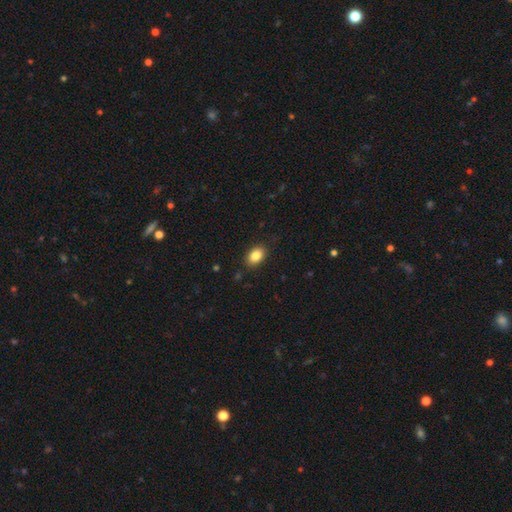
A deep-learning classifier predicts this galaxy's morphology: Overall: smooth (86%). How rounded: in between (84%). Merging: none (87%).